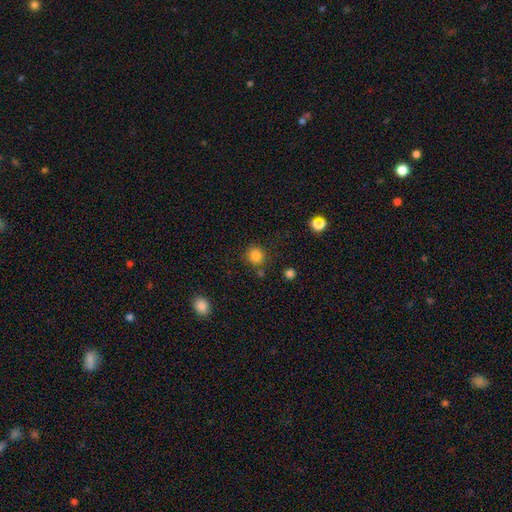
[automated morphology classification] smooth 84%, star or artifact 12%, featured or disk 4%. Down the decision tree: how rounded — round (87%); merging — none (78%).